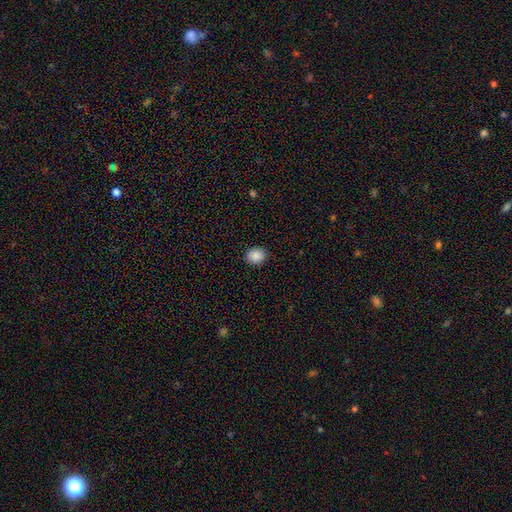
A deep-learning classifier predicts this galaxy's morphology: Smooth or featured: smooth — 88% (star or artifact — 9%)
How rounded: round — 65% (in between — 34%)
Merging: none — 90% (minor disturbance — 7%)